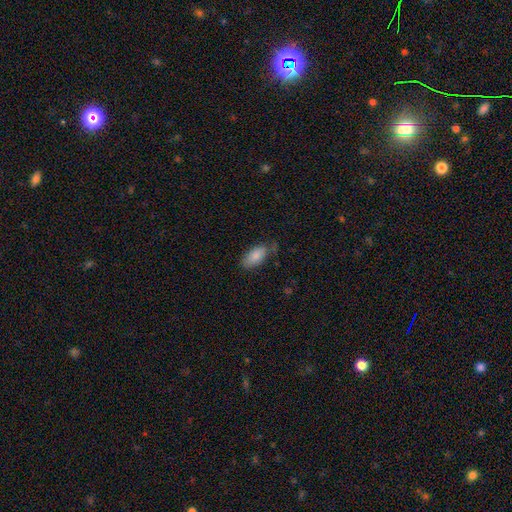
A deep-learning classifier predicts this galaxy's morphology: Smooth or featured? Predicted: smooth (p=0.85). How rounded? Predicted: in between (p=0.91). Merging? Predicted: none (p=0.64).